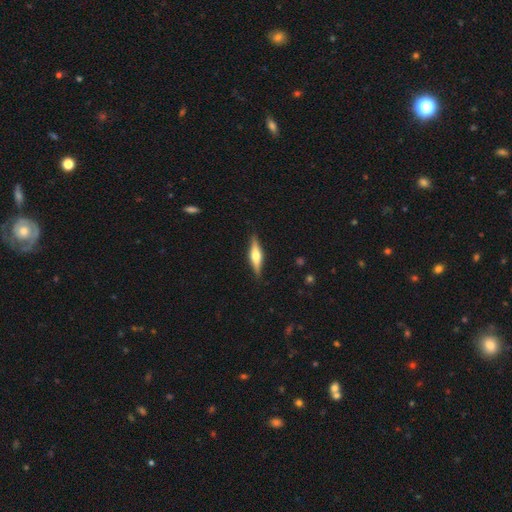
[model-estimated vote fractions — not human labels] This is possibly a featured or disk galaxy (59%). It is clearly viewed edge-on (96%). Edge-on bulge: clearly rounded (87%). Merging: clearly none (89%).